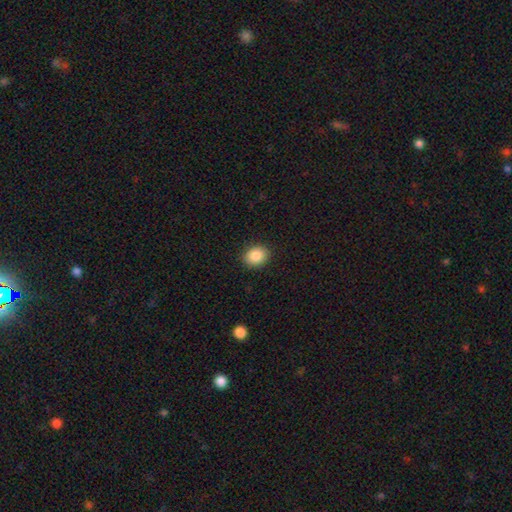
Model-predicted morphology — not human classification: type=smooth (86%); roundness=round (55%); merging=none (90%).